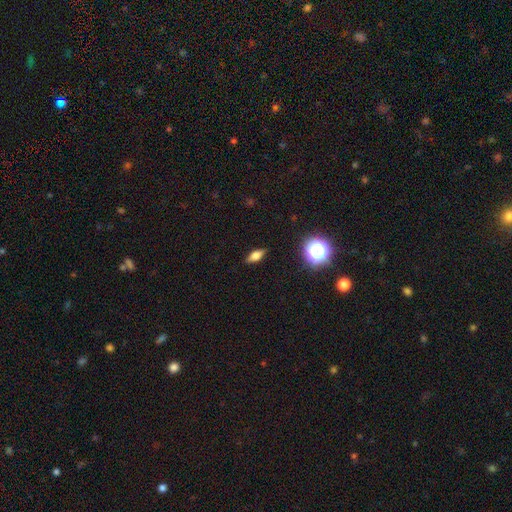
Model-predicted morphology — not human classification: Smooth or featured? Predicted: smooth (p=0.56). How rounded? Predicted: in between (p=0.66). Merging? Predicted: none (p=0.87).